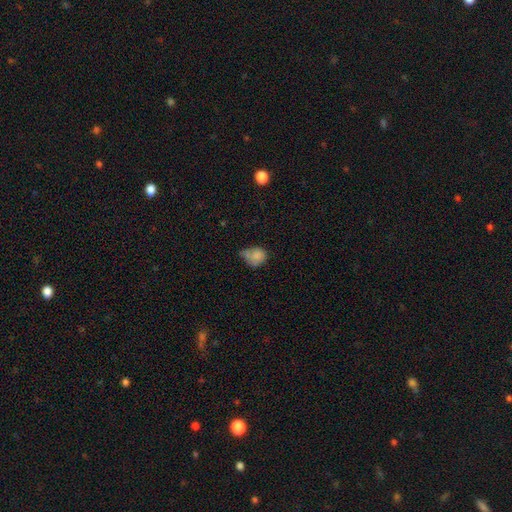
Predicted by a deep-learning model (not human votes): Smooth or featured?
  - smooth: 78% *
  - featured or disk: 12%
  - star or artifact: 10%
How rounded?
  - round: 59% *
  - in between: 39%
  - cigar-shaped: 1%
Merging?
  - none: 33% * (tied)
  - minor disturbance: 33% * (tied)
  - merger: 19%
  - major disturbance: 15%